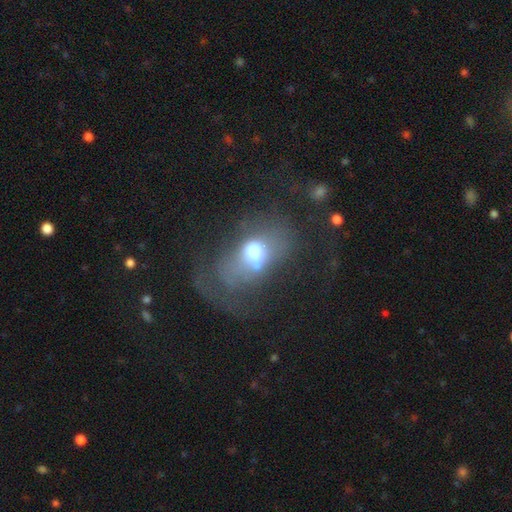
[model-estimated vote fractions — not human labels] Smooth or featured? Predicted: smooth (p=0.48). Merging? Predicted: major disturbance (p=0.46).